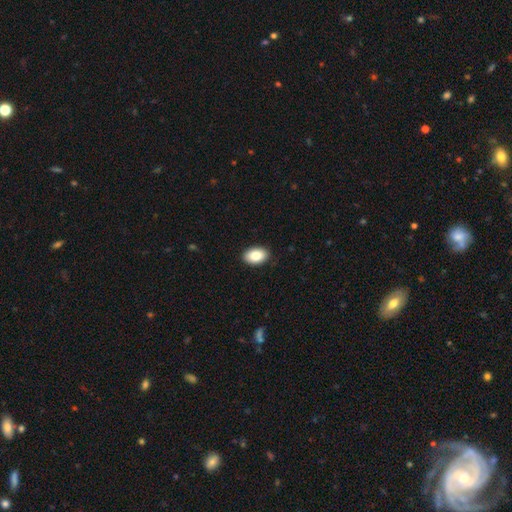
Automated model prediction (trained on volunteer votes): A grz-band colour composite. It shows a smooth galaxy with no disk features (86%) that is in between round and cigar-shaped (91%). Merging: none (90%).